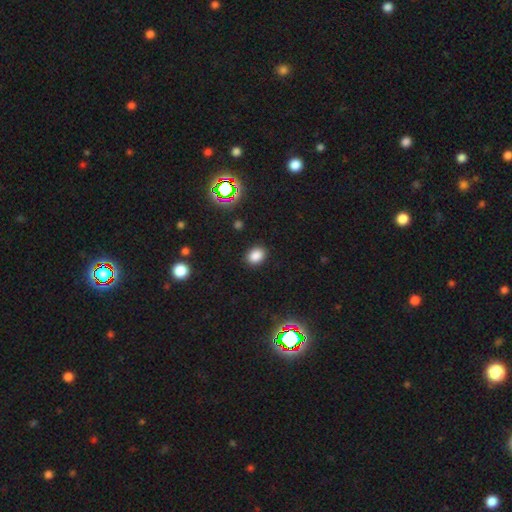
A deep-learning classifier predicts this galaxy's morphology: Smooth or featured? Predicted: smooth (p=0.83). How rounded? Predicted: in between (p=0.62). Merging? Predicted: none (p=0.88).